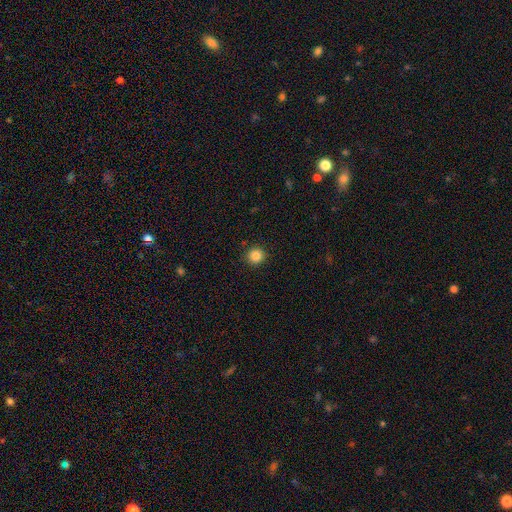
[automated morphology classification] A smooth galaxy with no disk features (86%) that is round (93%). Merging: none (92%).